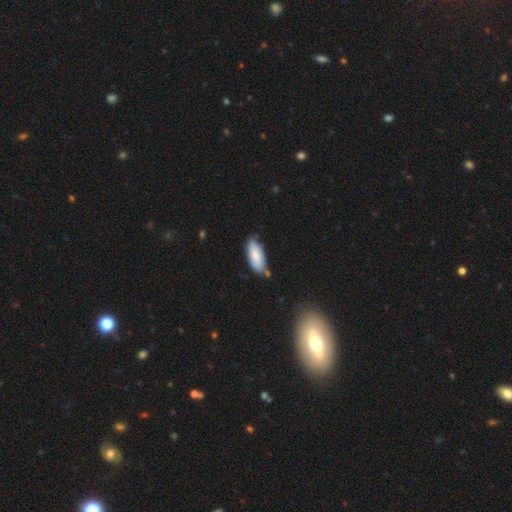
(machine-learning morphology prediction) Smooth or featured: smooth — 79% (featured or disk — 15%)
How rounded: in between — 76% (cigar-shaped — 22%)
Merging: none — 63% (minor disturbance — 27%)